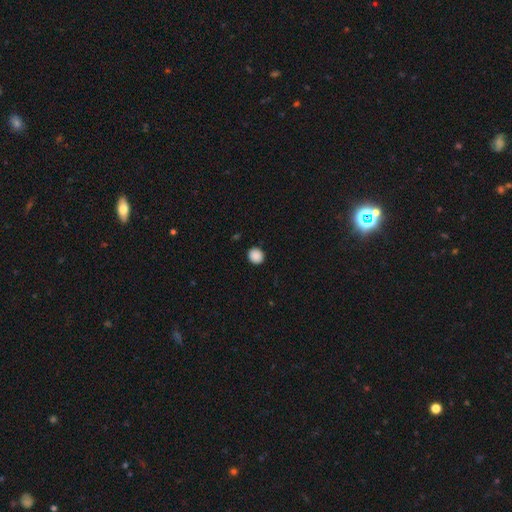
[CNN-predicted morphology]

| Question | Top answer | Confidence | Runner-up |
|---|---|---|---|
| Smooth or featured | smooth | 89% | star or artifact (9%) |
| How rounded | round | 80% | in between (19%) |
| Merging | none | 91% | minor disturbance (6%) |